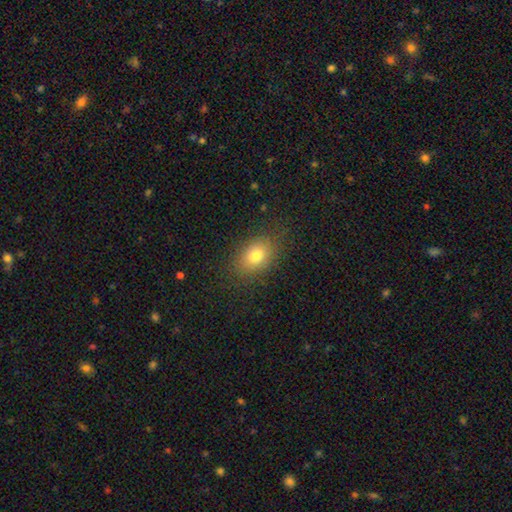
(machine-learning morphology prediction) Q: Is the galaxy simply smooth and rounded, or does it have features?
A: smooth — 79%.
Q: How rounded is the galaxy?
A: in between — 81%.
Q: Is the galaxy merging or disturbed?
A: none — 81%.